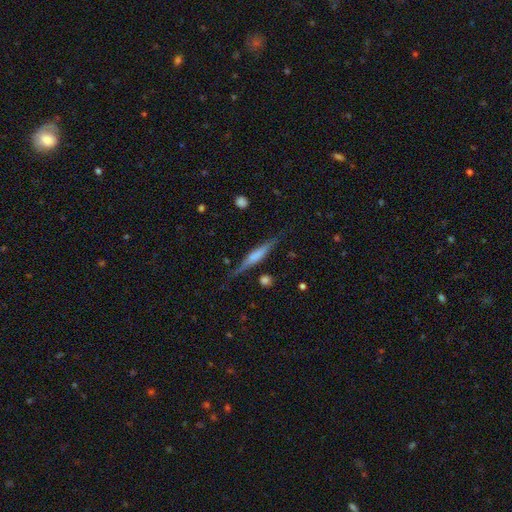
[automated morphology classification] Smooth or featured? featured or disk (60%)
Edge-on disk? yes (96%)
Edge-on bulge? rounded (45%)
Merging? none (82%)